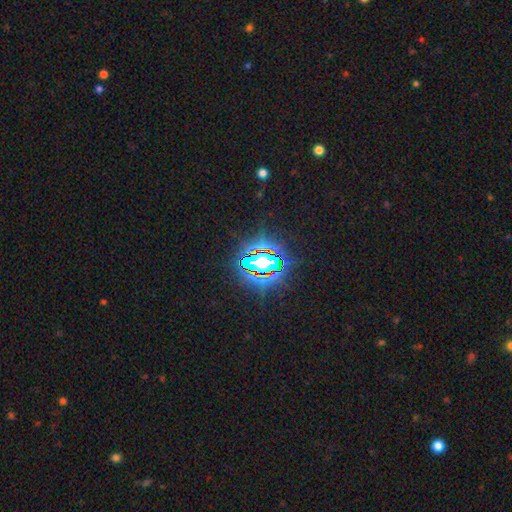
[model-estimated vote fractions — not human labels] Smooth or featured: star or artifact — 76% (smooth — 14%)